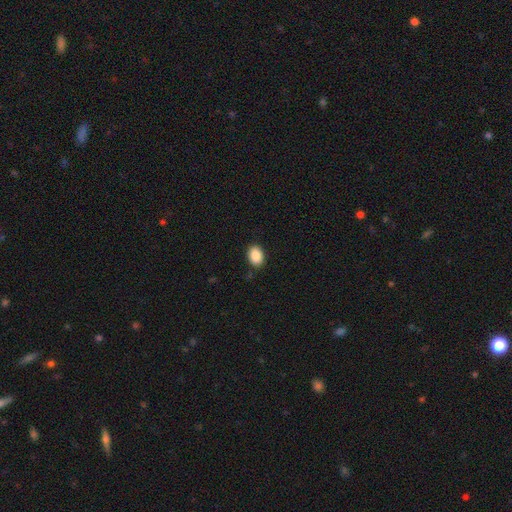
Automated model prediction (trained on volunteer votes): smooth-or-featured: smooth: 89% | star or artifact: 8% | featured or disk: 3%
  how-rounded: in between: 78% | round: 21% | cigar-shaped: 1%
  merging: none: 87% | minor disturbance: 10% | major disturbance: 2% | merger: 1%